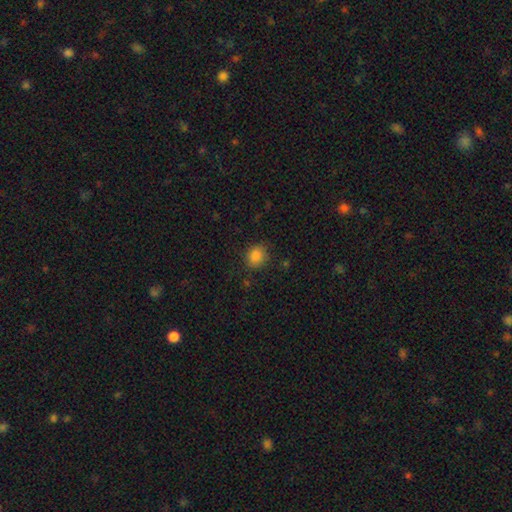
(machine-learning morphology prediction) This is clearly a smooth galaxy (86%). How rounded: likely round (72%). Merging: clearly none (82%).